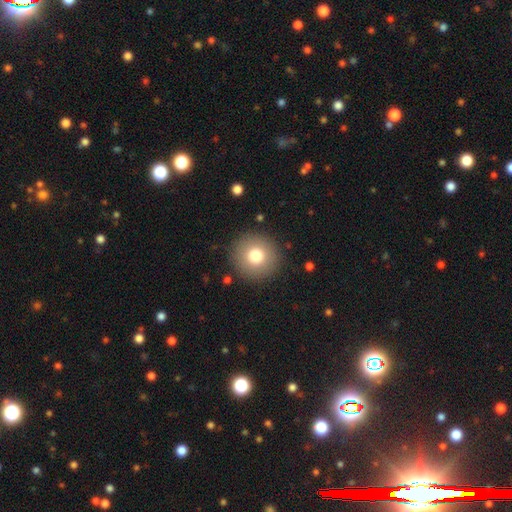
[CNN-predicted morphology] smooth-or-featured: smooth: 76% | featured or disk: 13% | star or artifact: 11%
  how-rounded: round: 96% | in between: 3% | cigar-shaped: 1%
  merging: none: 90% | minor disturbance: 6% | major disturbance: 3% | merger: 1%